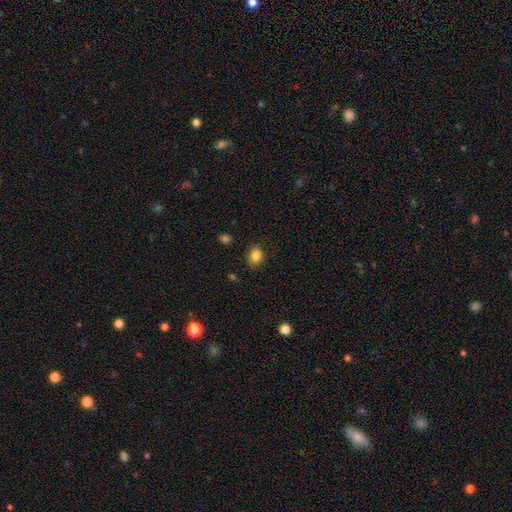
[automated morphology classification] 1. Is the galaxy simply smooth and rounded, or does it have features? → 84% smooth, 10% star or artifact, 5% featured or disk.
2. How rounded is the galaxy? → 51% in between, 48% round, 1% cigar-shaped.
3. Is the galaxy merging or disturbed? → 83% none, 13% minor disturbance, 3% major disturbance, 1% merger.